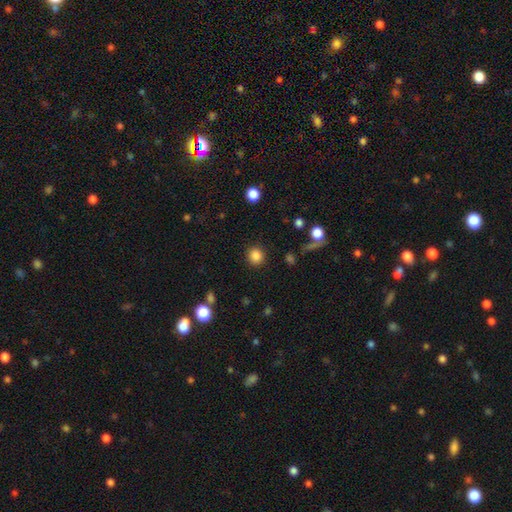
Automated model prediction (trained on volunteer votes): Morphology: type=smooth (85%); roundness=round (92%); merging=none (90%).